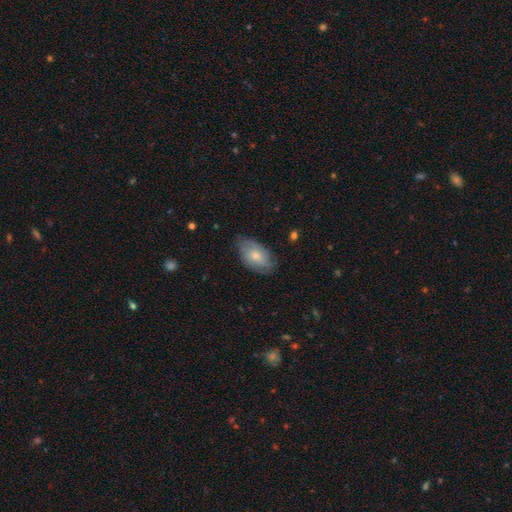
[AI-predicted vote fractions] smooth-or-featured: smooth: 64% | featured or disk: 30% | star or artifact: 6%
  how-rounded: in between: 92% | round: 6% | cigar-shaped: 2%
  merging: none: 69% | minor disturbance: 25% | major disturbance: 5% | merger: 1%